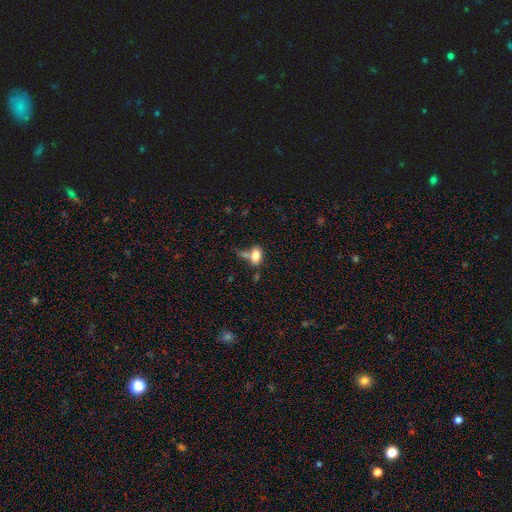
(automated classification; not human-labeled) Smooth or featured: smooth — 80% (featured or disk — 11%)
How rounded: in between — 86% (round — 11%)
Merging: none — 42% (merger — 31%)